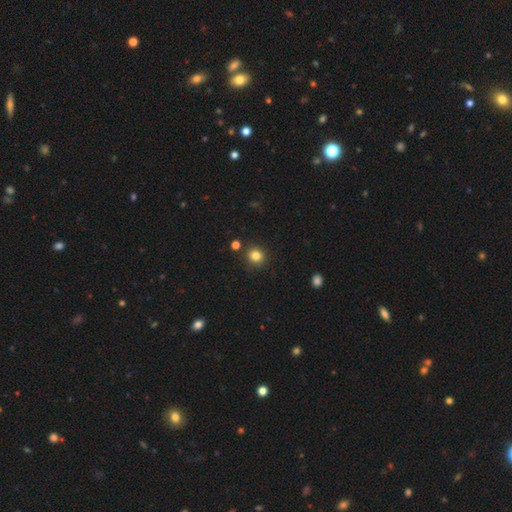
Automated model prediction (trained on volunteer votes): Q: Smooth or featured?
A: smooth (83%); runner-up: star or artifact (12%)
Q: How rounded?
A: round (91%); runner-up: in between (8%)
Q: Merging?
A: none (87%); runner-up: minor disturbance (7%)